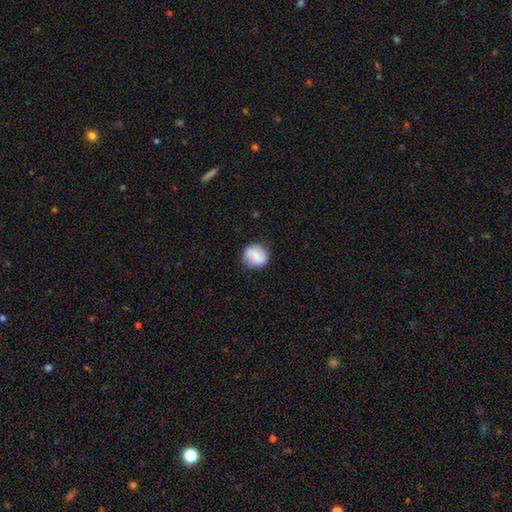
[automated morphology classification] smooth_or_featured: smooth (p=0.64) [alt: featured or disk p=0.28]
how_rounded: round (p=0.81) [alt: in between p=0.18]
merging: none (p=0.83) [alt: minor disturbance p=0.12]